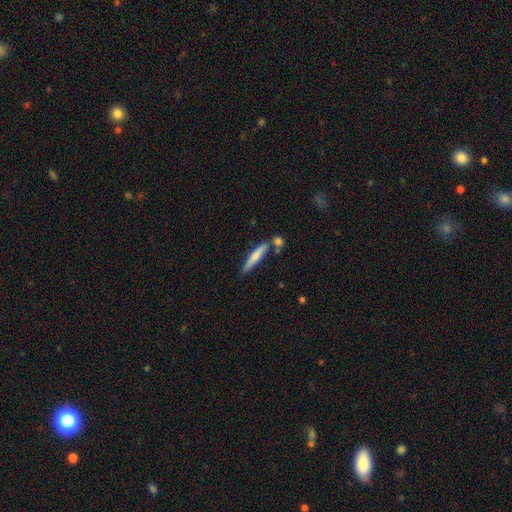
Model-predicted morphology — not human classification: type=smooth (67%); roundness=cigar-shaped (92%); merging=none (71%).